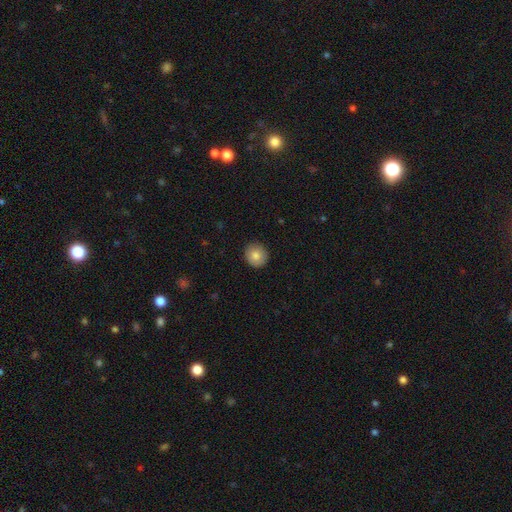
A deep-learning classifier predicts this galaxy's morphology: Smooth or featured? smooth (82%)
How rounded? round (90%)
Merging? none (91%)